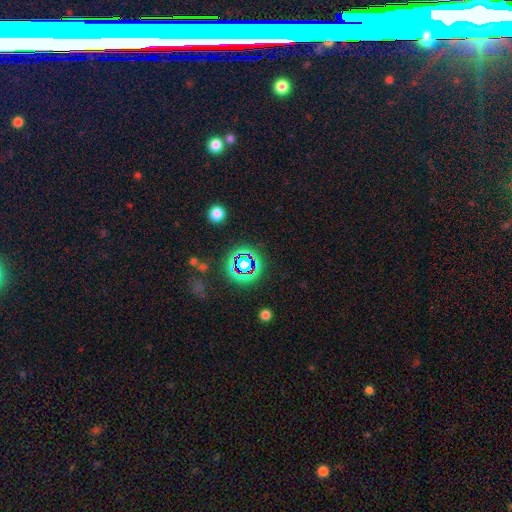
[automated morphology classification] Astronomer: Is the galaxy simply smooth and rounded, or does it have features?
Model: star or artifact — 67%.